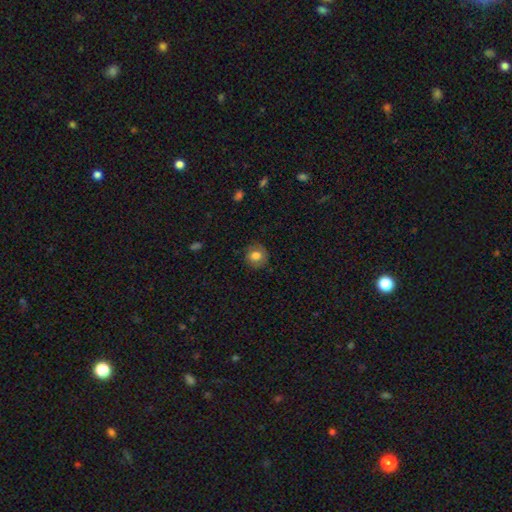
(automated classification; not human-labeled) Morphology: type=smooth (77%); roundness=round (84%); merging=none (81%).